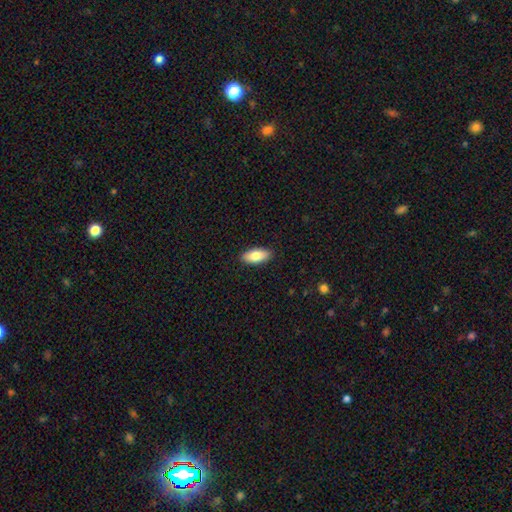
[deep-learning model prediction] This appears to be a smooth galaxy with no disk features (81%) that is in between round and cigar-shaped (89%). Merging: none (90%).